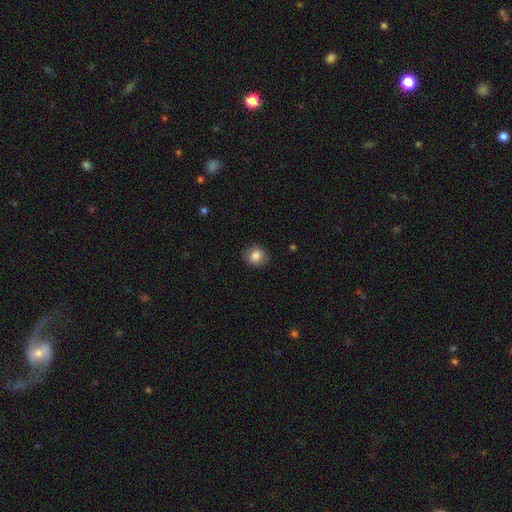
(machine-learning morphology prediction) A smooth galaxy with no disk features (84%) that is round (80%).

Vote fractions:
- Smooth or featured? smooth: 84% / star or artifact: 9% / featured or disk: 6%
- How rounded? round: 80% / in between: 19% / cigar-shaped: 1%
- Merging? none: 86% / minor disturbance: 11% / major disturbance: 3% / merger: 1%